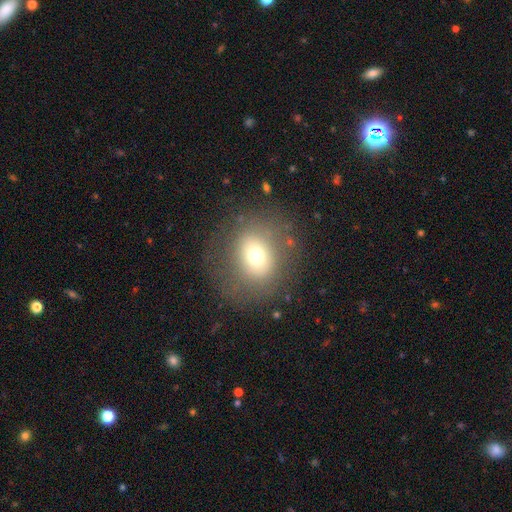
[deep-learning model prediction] smooth_or_featured: smooth (p=0.66) [alt: featured or disk p=0.21]
how_rounded: round (p=0.68) [alt: in between p=0.31]
merging: none (p=0.73) [alt: minor disturbance p=0.14]